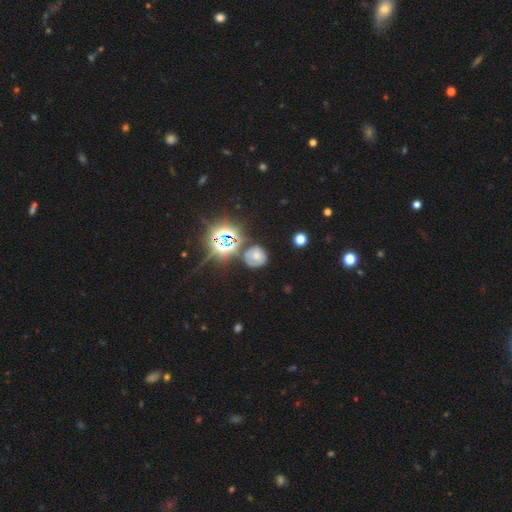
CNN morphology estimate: smooth-or-featured: smooth: 48% | star or artifact: 28% | featured or disk: 24%
  merging: none: 69% | minor disturbance: 18% | major disturbance: 7% | merger: 6%